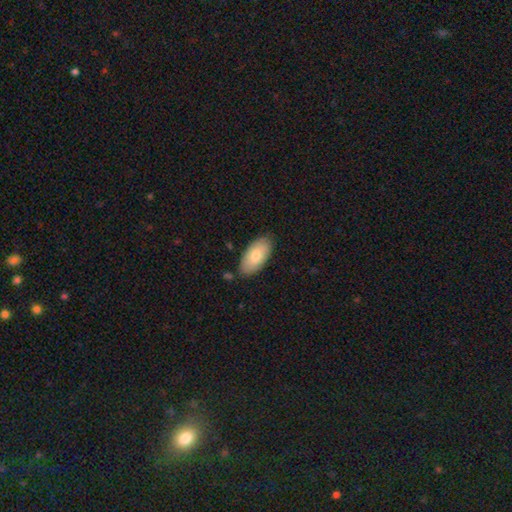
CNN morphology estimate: type=smooth (77%); roundness=in between (94%); merging=none (81%).